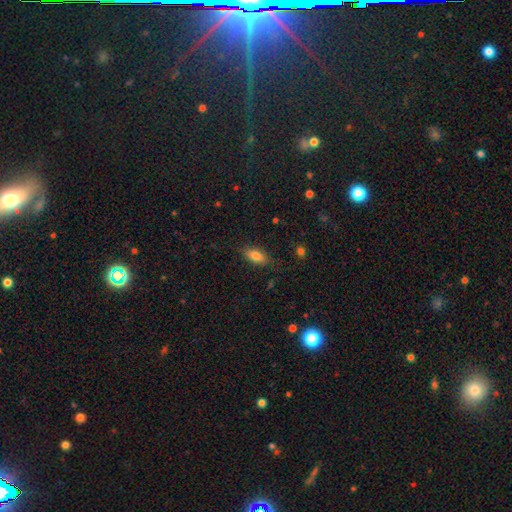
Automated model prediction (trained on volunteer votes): Q: Smooth or featured?
A: smooth (81%); runner-up: featured or disk (10%)
Q: How rounded?
A: in between (84%); runner-up: cigar-shaped (13%)
Q: Merging?
A: none (83%); runner-up: minor disturbance (12%)